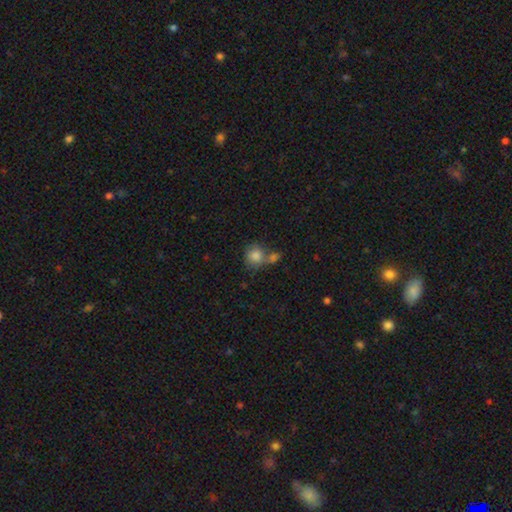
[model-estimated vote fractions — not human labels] This appears to be a smooth galaxy with no disk features (83%) that is round (83%). Merging: none (44%).